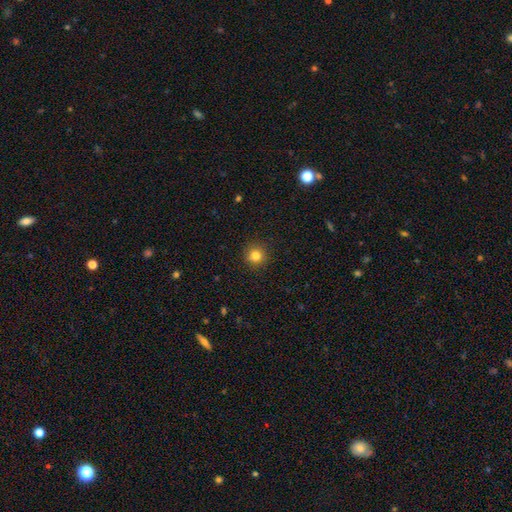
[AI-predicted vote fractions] Smooth or featured? Predicted: smooth (p=0.82). How rounded? Predicted: round (p=0.94). Merging? Predicted: none (p=0.91).